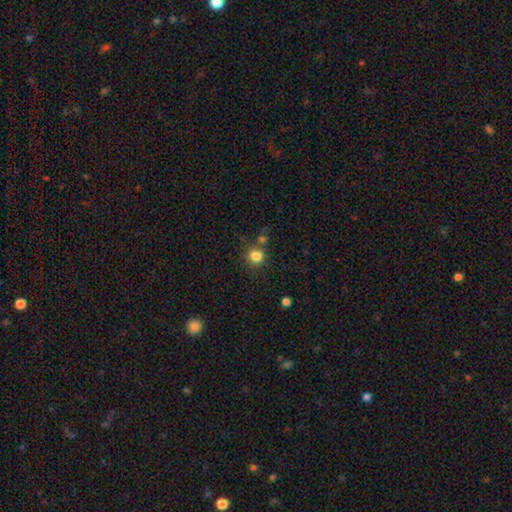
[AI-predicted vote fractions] This appears to be a smooth galaxy with no disk features (83%) that is round (89%). Merging: none (77%).